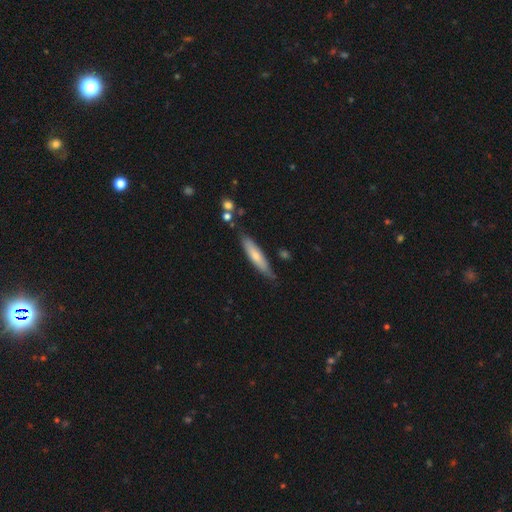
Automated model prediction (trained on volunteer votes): The model was most divided on "smooth or featured": smooth: 65%, featured or disk: 29%, star or artifact: 6%. More confident: how rounded — cigar-shaped (83%); merging — none (77%).